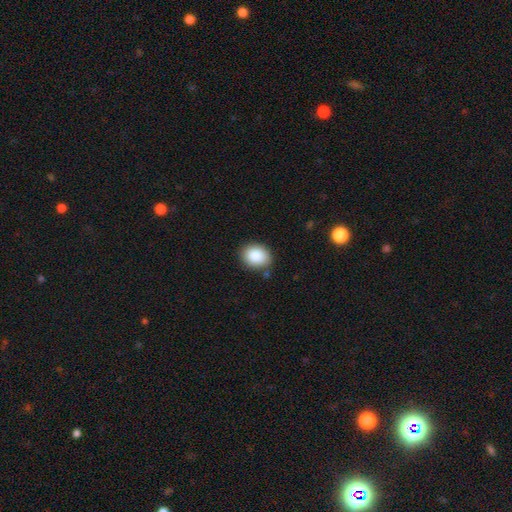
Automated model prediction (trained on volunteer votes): Overall: smooth (87%). How rounded: in between (55%; round 44%). Merging: none (83%).